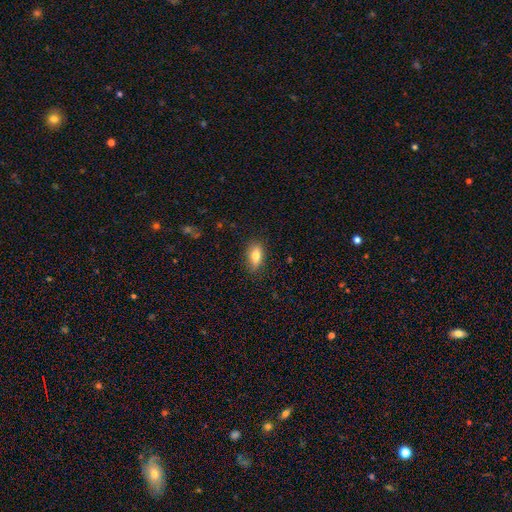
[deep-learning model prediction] Smooth or featured? smooth (74%)
How rounded? in between (82%)
Merging? none (82%)